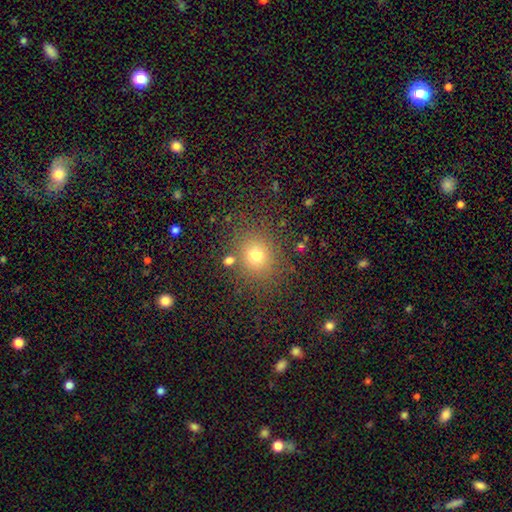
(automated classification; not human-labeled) Smooth or featured?
  - smooth: 73% *
  - star or artifact: 18%
  - featured or disk: 9%
How rounded?
  - round: 79% *
  - in between: 20%
  - cigar-shaped: 1%
Merging?
  - none: 80% *
  - minor disturbance: 10%
  - merger: 5%
  - major disturbance: 5%